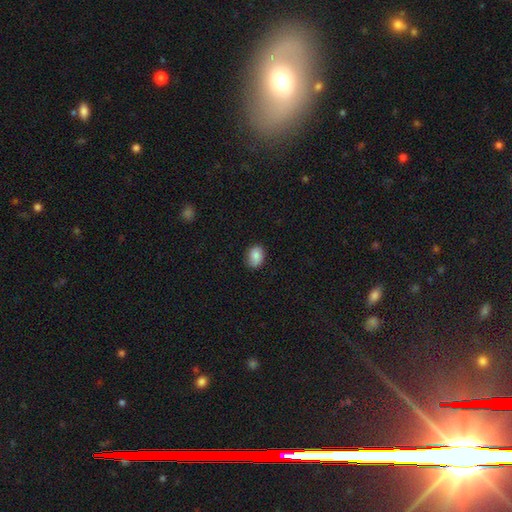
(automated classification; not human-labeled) Smooth or featured?
  - smooth: 85% *
  - star or artifact: 8%
  - featured or disk: 7%
How rounded?
  - in between: 63% *
  - round: 36%
  - cigar-shaped: 1%
Merging?
  - none: 81% *
  - minor disturbance: 15%
  - major disturbance: 3%
  - merger: 1%